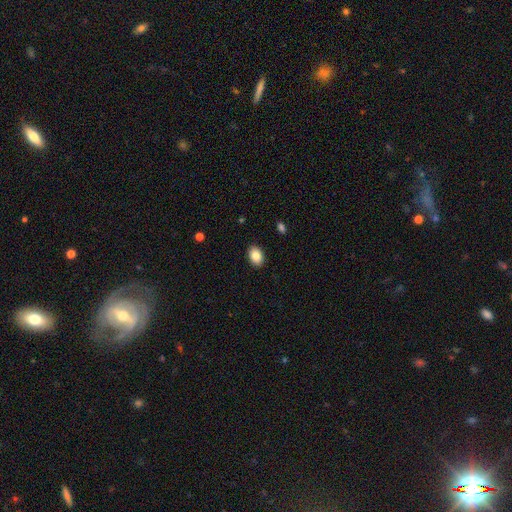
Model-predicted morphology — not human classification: Q: Smooth or featured?
A: smooth (85%); runner-up: star or artifact (8%)
Q: How rounded?
A: in between (84%); runner-up: round (15%)
Q: Merging?
A: none (89%); runner-up: minor disturbance (8%)